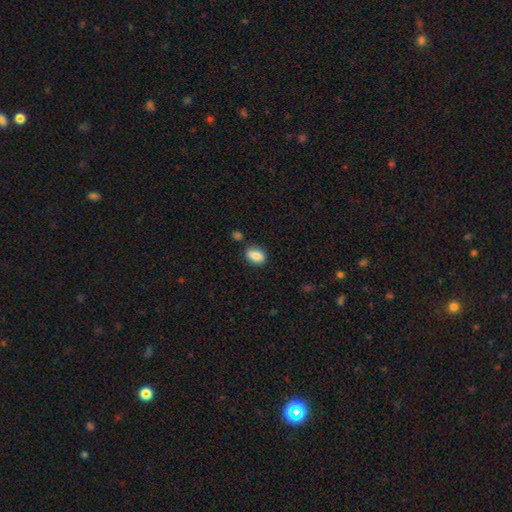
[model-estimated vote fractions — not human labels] Overall: smooth (85%). How rounded: in between (83%). Merging: none (80%).